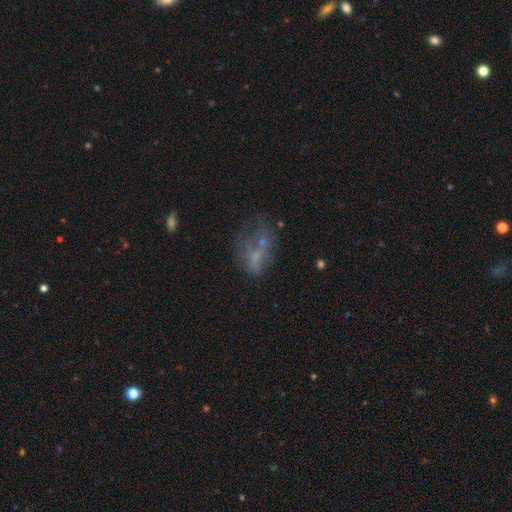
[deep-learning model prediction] A smooth galaxy with no disk features (42%).

Vote fractions:
- Smooth or featured? smooth: 42% / featured or disk: 39% / star or artifact: 19%
- Merging? major disturbance: 32% / none: 31% / minor disturbance: 20% / merger: 18%